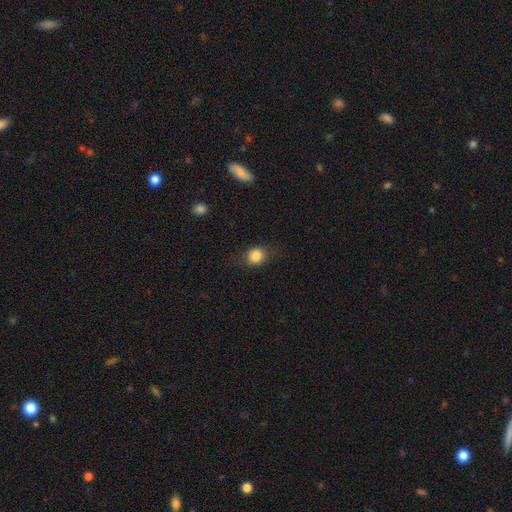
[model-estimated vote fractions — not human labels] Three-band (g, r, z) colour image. It shows a smooth galaxy with no disk features (84%) that is round (72%). Merging: none (77%).